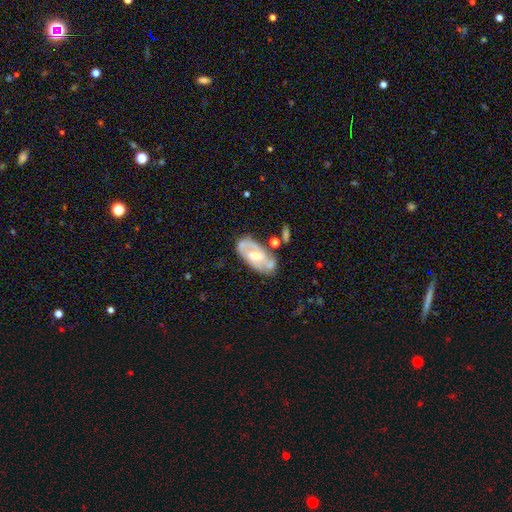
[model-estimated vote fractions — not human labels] featured or disk 72%, smooth 23%, star or artifact 5%. Down the decision tree: edge-on disk — no (92%); bar — weak (42%); spiral arms — yes (71%); bulge size — moderate (62%); merging — none (61%).